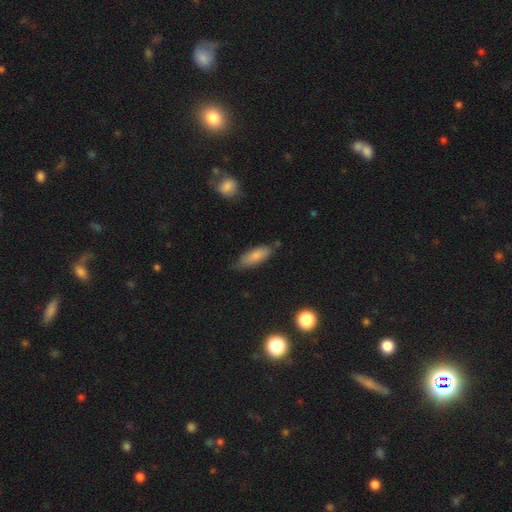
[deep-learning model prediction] This appears to be a smooth galaxy with no disk features (80%) that is in between round and cigar-shaped (63%). Merging: none (69%).